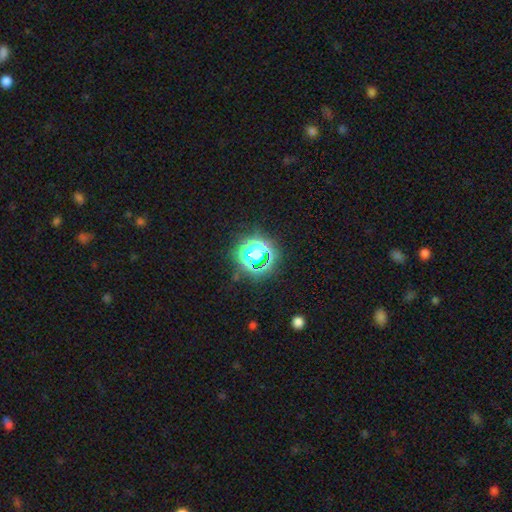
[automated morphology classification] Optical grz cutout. It shows a star or artifact, not a galaxy (63%).